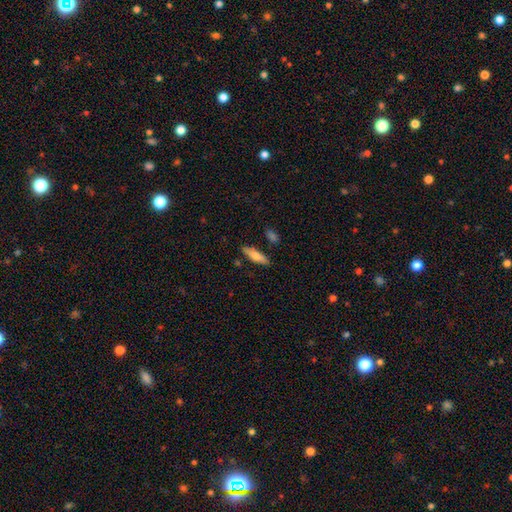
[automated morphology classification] Smooth or featured: smooth — 72% (featured or disk — 22%)
How rounded: cigar-shaped — 55% (in between — 43%)
Merging: none — 82% (minor disturbance — 11%)